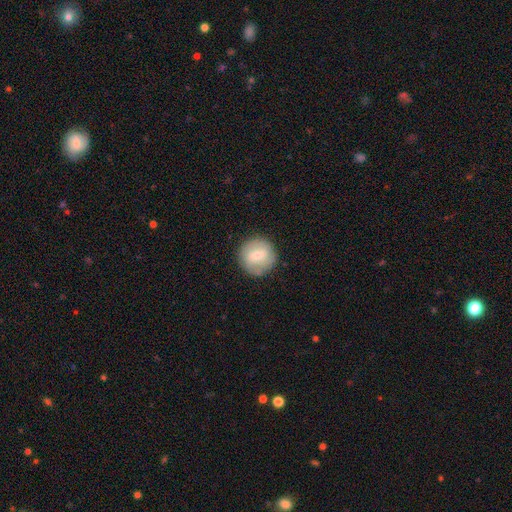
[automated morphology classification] This is possibly a smooth galaxy (58%). How rounded: clearly round (92%). Merging: clearly none (85%).